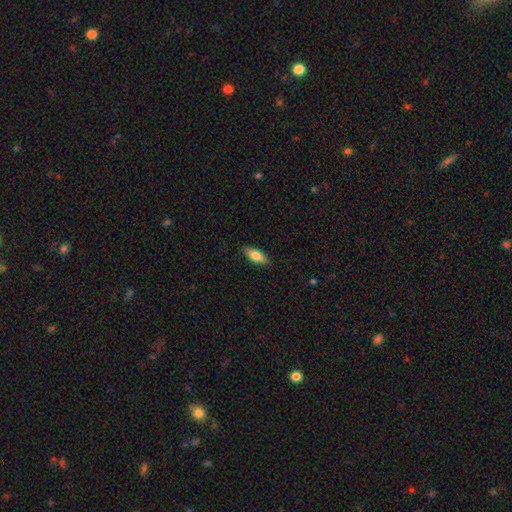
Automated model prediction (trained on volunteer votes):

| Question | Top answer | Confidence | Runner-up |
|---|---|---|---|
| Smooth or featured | smooth | 76% | featured or disk (18%) |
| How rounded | in between | 71% | cigar-shaped (27%) |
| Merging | none | 86% | minor disturbance (11%) |